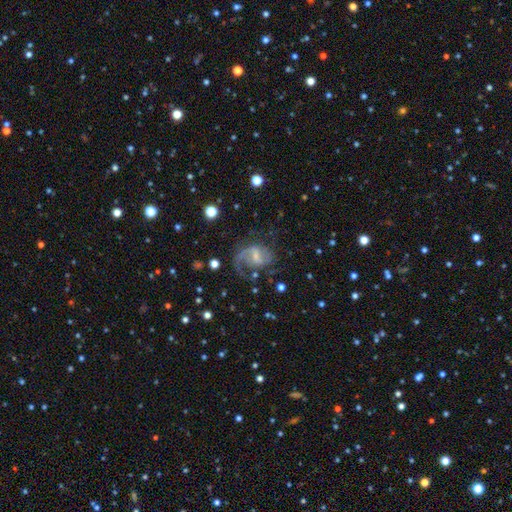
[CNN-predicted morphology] Overall: featured or disk (81%). Edge-on disk: no (98%). Bar: weak (56%; no 25%). Spiral arms: yes (93%). Spiral arm count: 2 (58%; 1 29%). Spiral winding: medium (45%; loose 42%). Bulge size: small (56%; moderate 27%). Merging: none (53%; major disturbance 26%).